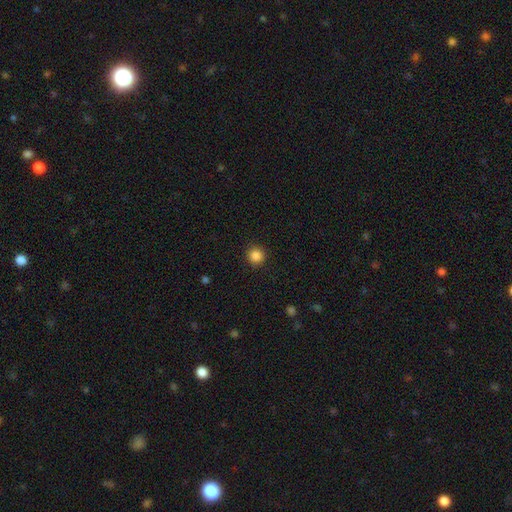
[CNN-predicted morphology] Smooth or featured?
  - smooth: 86% *
  - star or artifact: 11%
  - featured or disk: 3%
How rounded?
  - round: 94% *
  - in between: 5%
  - cigar-shaped: 1%
Merging?
  - none: 92% *
  - minor disturbance: 6%
  - major disturbance: 2%
  - merger: 1%